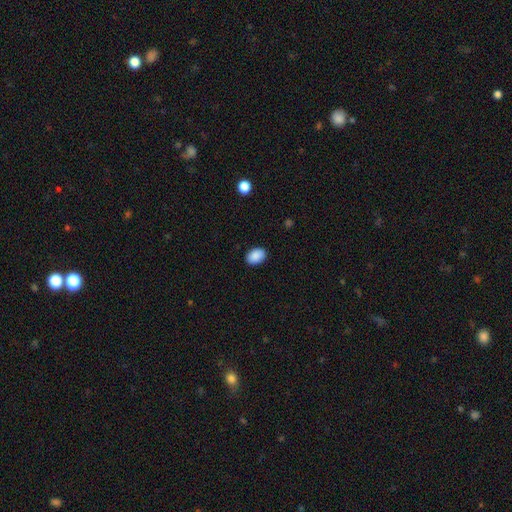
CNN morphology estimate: A smooth galaxy with no disk features (89%) that is in between round and cigar-shaped (83%). Merging: none (89%).